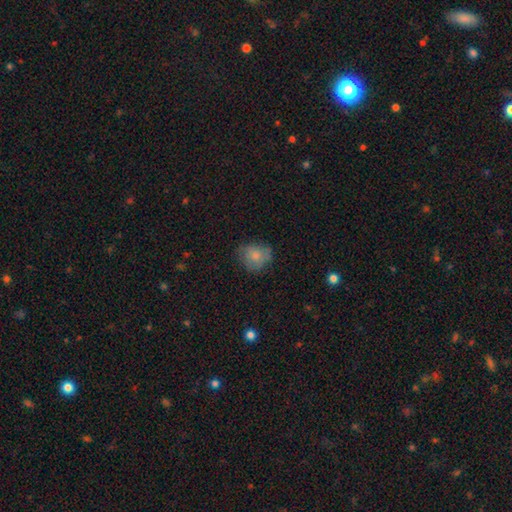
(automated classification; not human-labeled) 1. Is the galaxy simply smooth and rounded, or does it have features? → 79% smooth, 12% featured or disk, 9% star or artifact.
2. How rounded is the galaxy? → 73% round, 26% in between, 1% cigar-shaped.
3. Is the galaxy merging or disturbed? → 63% none, 27% minor disturbance, 8% major disturbance, 2% merger.